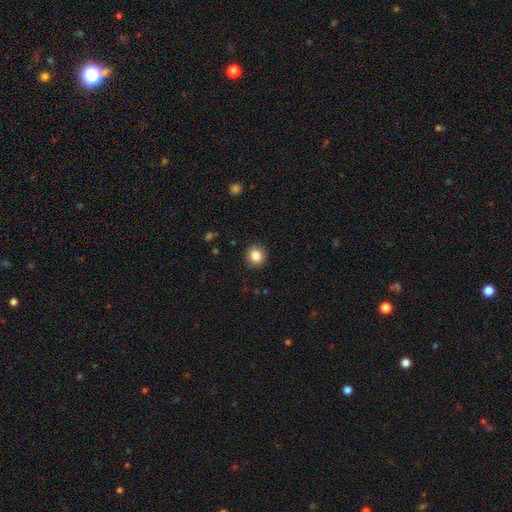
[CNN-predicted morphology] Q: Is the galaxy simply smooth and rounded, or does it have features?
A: smooth — 85%.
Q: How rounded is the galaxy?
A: round — 91%.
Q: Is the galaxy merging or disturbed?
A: none — 91%.